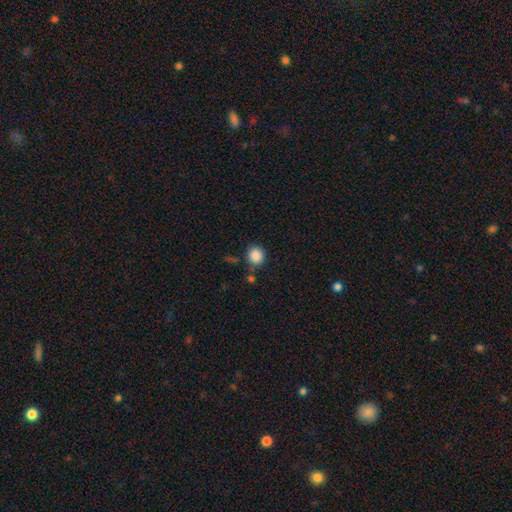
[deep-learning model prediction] smooth-or-featured: smooth: 87% | star or artifact: 9% | featured or disk: 3%
  how-rounded: round: 80% | in between: 19% | cigar-shaped: 1%
  merging: none: 78% | minor disturbance: 12% | merger: 7% | major disturbance: 4%